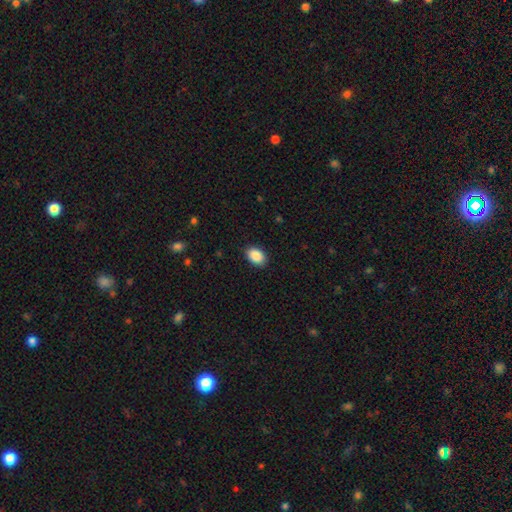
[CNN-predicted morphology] smooth 90%, star or artifact 7%, featured or disk 3%. Down the decision tree: how rounded — in between (85%); merging — none (89%).